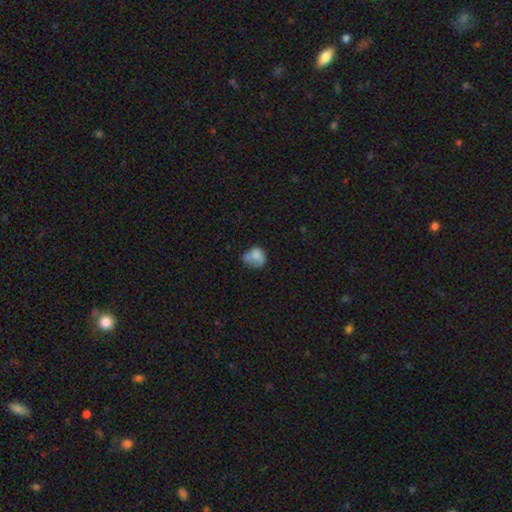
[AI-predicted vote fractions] Q: Smooth or featured?
A: smooth (74%); runner-up: featured or disk (16%)
Q: How rounded?
A: round (58%); runner-up: in between (41%)
Q: Merging?
A: none (34%); tied with: minor disturbance (34%)